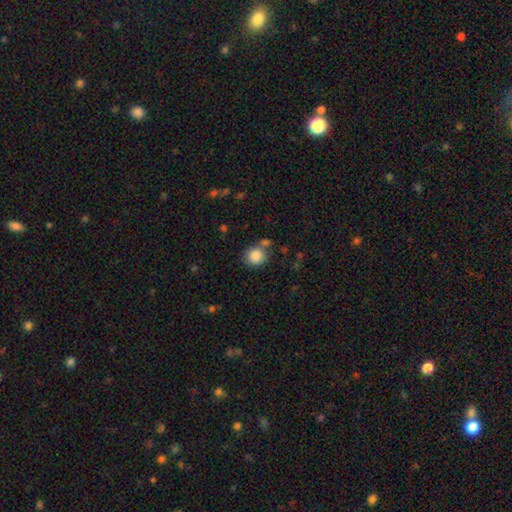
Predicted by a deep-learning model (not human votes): A smooth galaxy with no disk features (87%) that is round (87%). Merging: none (71%).